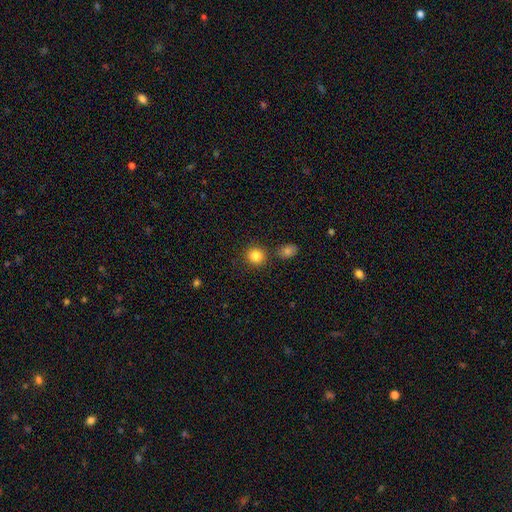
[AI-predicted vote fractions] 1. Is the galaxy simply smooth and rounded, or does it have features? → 84% smooth, 10% star or artifact, 5% featured or disk.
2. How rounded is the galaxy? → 88% round, 11% in between, 1% cigar-shaped.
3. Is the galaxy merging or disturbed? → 82% none, 8% merger, 8% minor disturbance, 3% major disturbance.